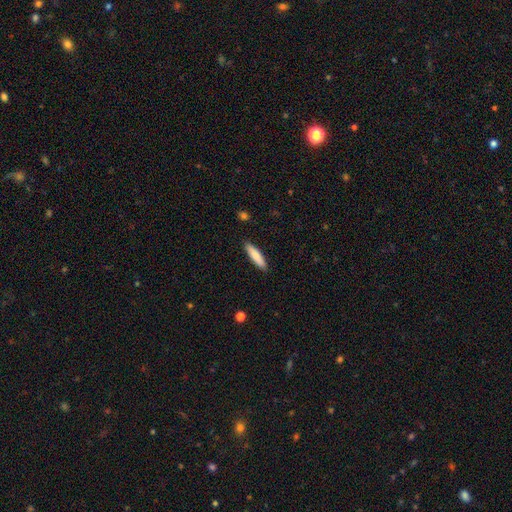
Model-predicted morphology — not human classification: Smooth or featured? smooth (81%)
How rounded? cigar-shaped (78%)
Merging? none (90%)